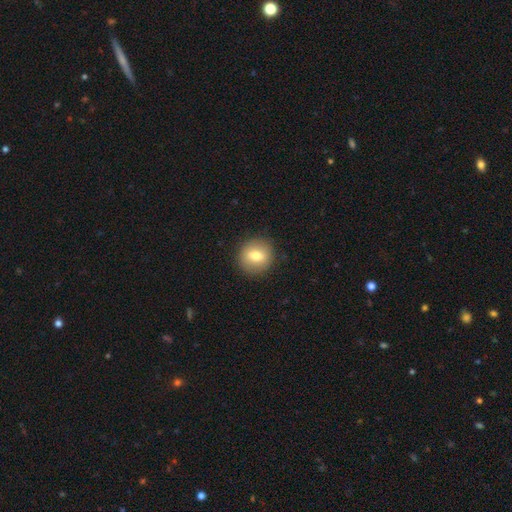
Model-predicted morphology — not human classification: A smooth galaxy with no disk features (71%) that is round (88%). Merging: none (90%).